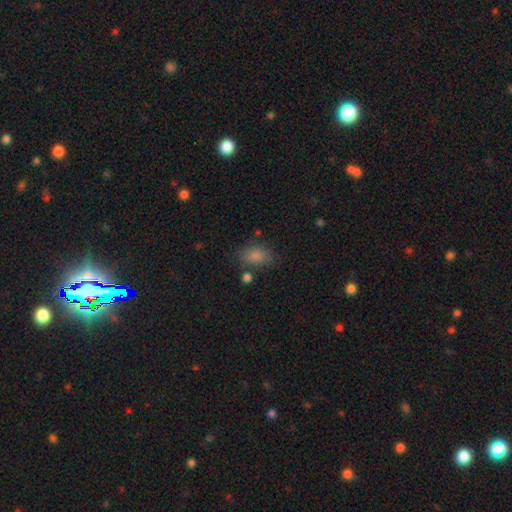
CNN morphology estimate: A smooth galaxy with no disk features (83%) that is in between round and cigar-shaped (84%).

Vote fractions:
- Smooth or featured? smooth: 83% / star or artifact: 10% / featured or disk: 7%
- How rounded? in between: 84% / round: 14% / cigar-shaped: 2%
- Merging? none: 70% / minor disturbance: 17% / merger: 6% / major disturbance: 6%